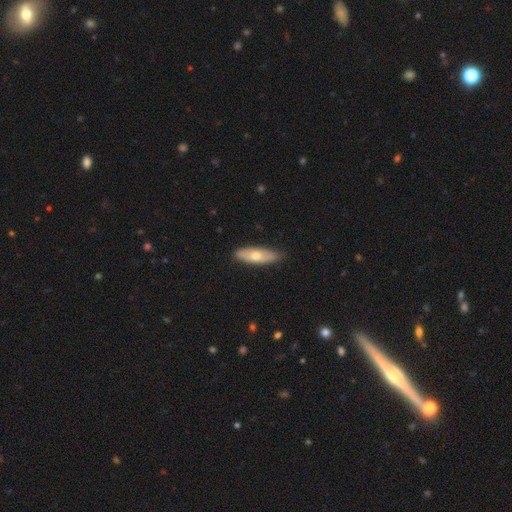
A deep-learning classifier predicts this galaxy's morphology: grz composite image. It shows a smooth galaxy with no disk features (59%) that is in between round and cigar-shaped (53%). Merging: none (82%).